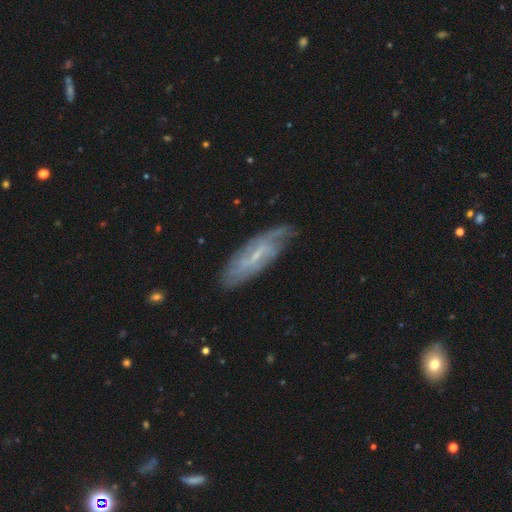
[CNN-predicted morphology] Smooth or featured? Predicted: featured or disk (p=0.73). Edge-on disk? Predicted: no (p=0.79). Bar? Predicted: weak (p=0.51). Spiral arms? Predicted: yes (p=0.86). Bulge size? Predicted: small (p=0.64). Merging? Predicted: none (p=0.69).